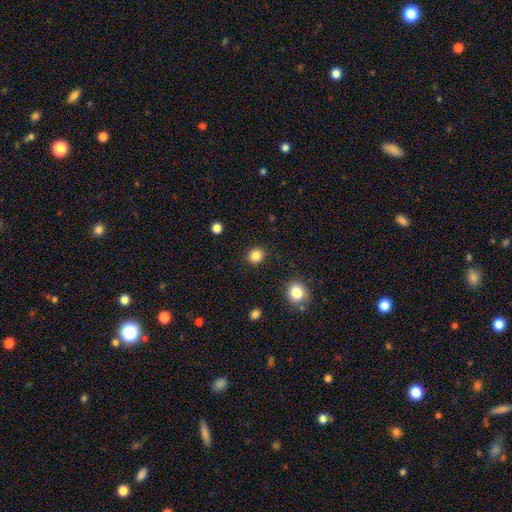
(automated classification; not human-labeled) Smooth or featured? smooth (85%)
How rounded? round (84%)
Merging? none (90%)